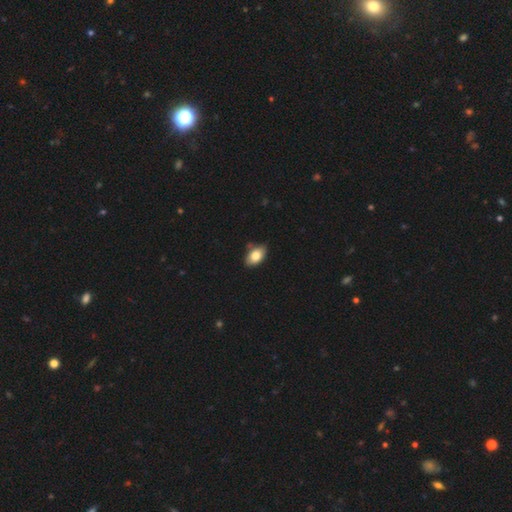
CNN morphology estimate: This appears to be a smooth galaxy with no disk features (81%) that is in between round and cigar-shaped (91%). Merging: none (75%).